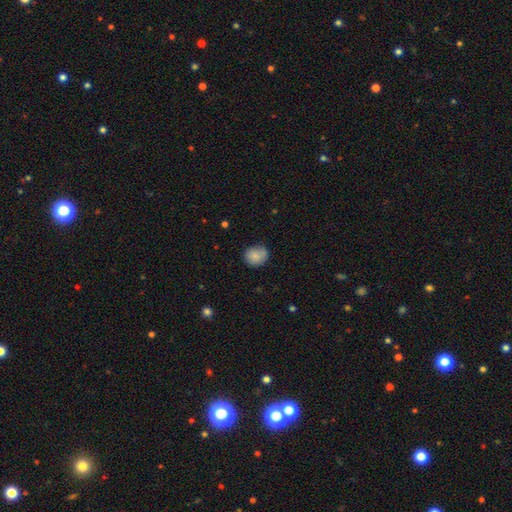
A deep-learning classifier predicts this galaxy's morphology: The model was most divided on "how rounded": round: 71%, in between: 28%, cigar-shaped: 1%. More confident: smooth or featured — smooth (83%); merging — none (70%).